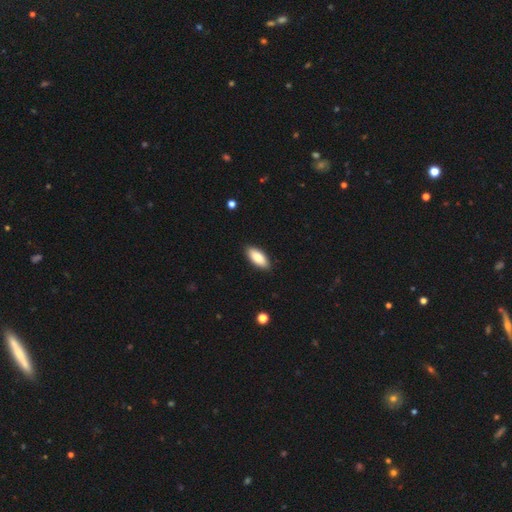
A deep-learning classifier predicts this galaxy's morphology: The model was most divided on "how rounded": in between: 85%, cigar-shaped: 13%, round: 2%. More confident: merging — none (90%); smooth or featured — smooth (85%).